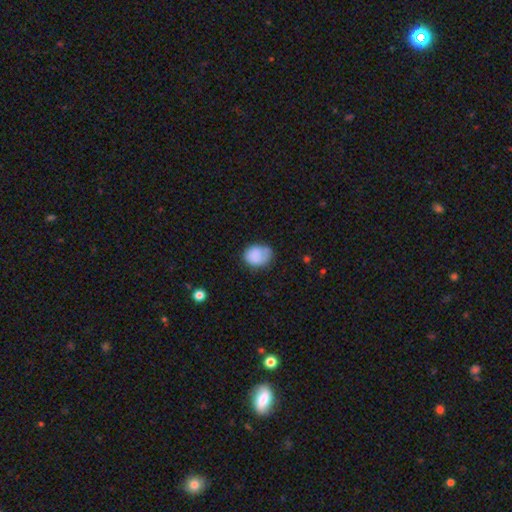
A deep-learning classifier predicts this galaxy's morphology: A smooth galaxy with no disk features (83%) that is round (51%).

Vote fractions:
- Smooth or featured? smooth: 83% / featured or disk: 9% / star or artifact: 8%
- How rounded? round: 51% / in between: 48% / cigar-shaped: 1%
- Merging? none: 59% / minor disturbance: 28% / major disturbance: 9% / merger: 4%